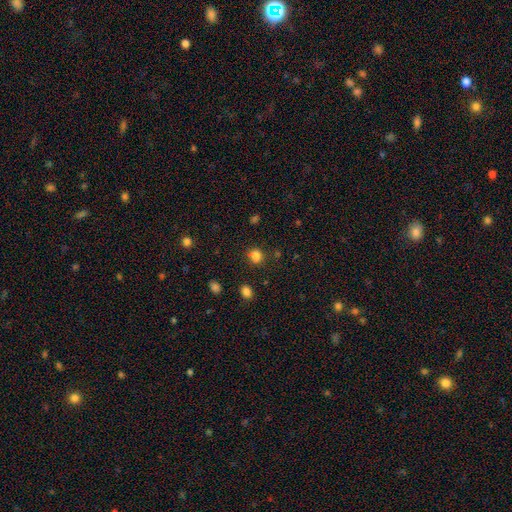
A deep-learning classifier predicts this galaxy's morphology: A smooth galaxy with no disk features (81%) that is round (79%). Merging: none (78%).